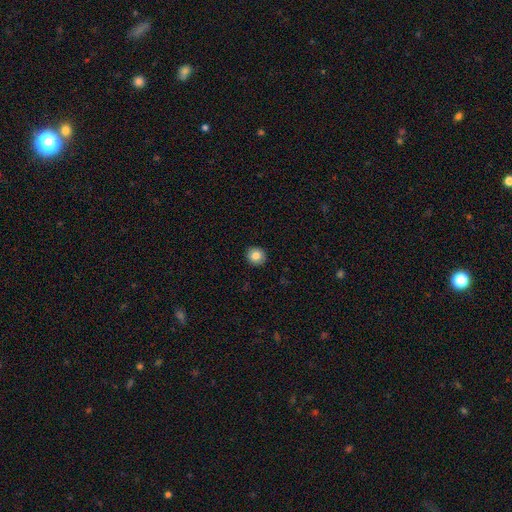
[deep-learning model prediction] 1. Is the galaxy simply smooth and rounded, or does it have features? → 83% smooth, 9% star or artifact, 8% featured or disk.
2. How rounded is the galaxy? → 89% round, 10% in between, 1% cigar-shaped.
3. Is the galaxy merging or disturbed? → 92% none, 6% minor disturbance, 2% major disturbance, 1% merger.